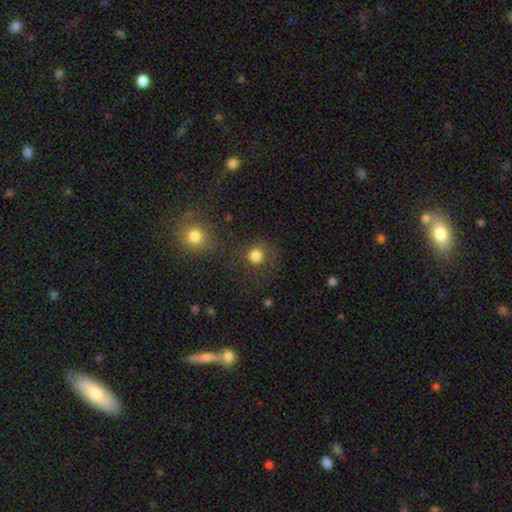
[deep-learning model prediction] This appears to be a smooth galaxy with no disk features (81%) that is round (93%). Merging: none (76%).